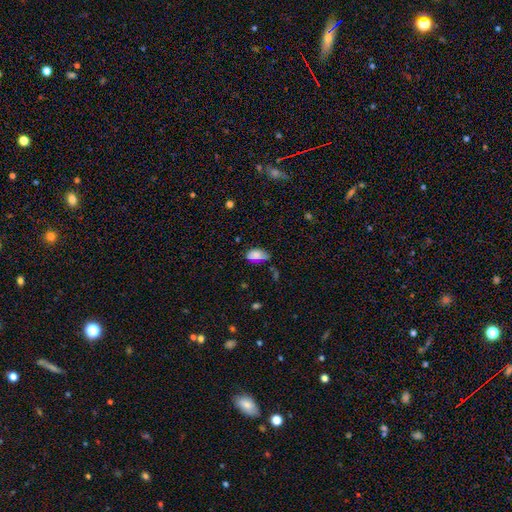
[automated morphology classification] Smooth or featured? smooth (80%)
How rounded? in between (92%)
Merging? none (45%)